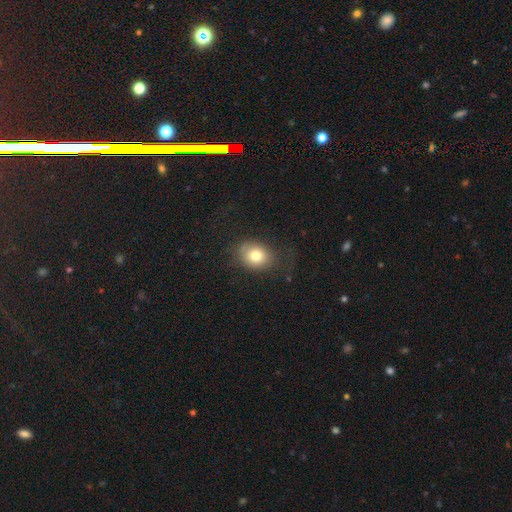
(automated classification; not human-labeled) The model was most divided on "how rounded": in between: 51%, round: 48%, cigar-shaped: 1%. More confident: smooth or featured — smooth (76%); merging — none (67%).